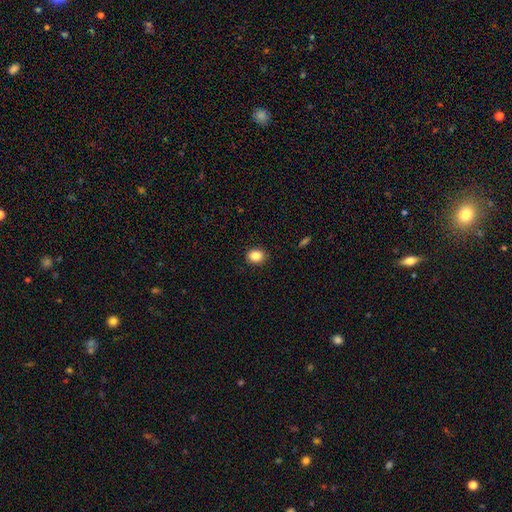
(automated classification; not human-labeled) A smooth galaxy with no disk features (86%) that is round (63%). Merging: none (90%).